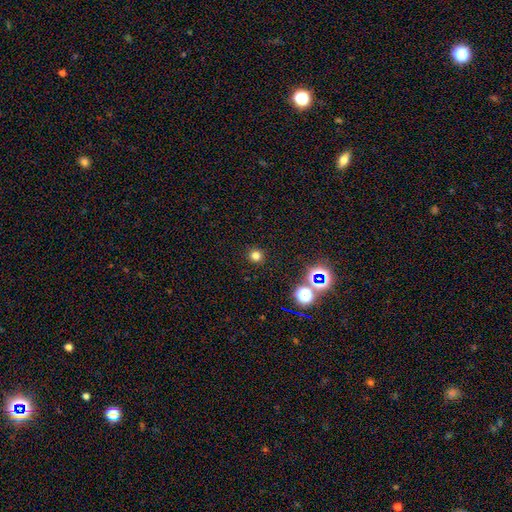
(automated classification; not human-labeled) A smooth galaxy with no disk features (75%) that is round (93%).

Vote fractions:
- Smooth or featured? smooth: 75% / star or artifact: 20% / featured or disk: 5%
- How rounded? round: 93% / in between: 6% / cigar-shaped: 1%
- Merging? none: 91% / minor disturbance: 5% / major disturbance: 2% / merger: 2%